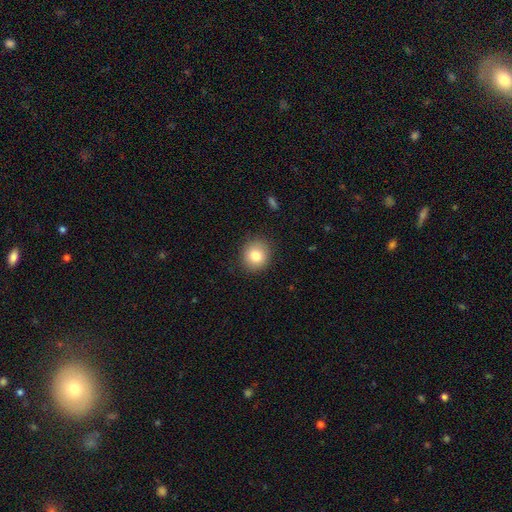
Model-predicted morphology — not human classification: This appears to be a smooth galaxy with no disk features (81%) that is round (83%). Merging: none (88%).